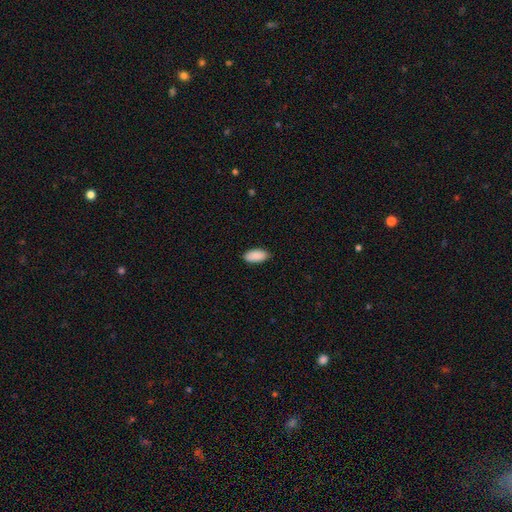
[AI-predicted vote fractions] Smooth or featured: smooth — 90% (star or artifact — 6%)
How rounded: in between — 92% (cigar-shaped — 6%)
Merging: none — 87% (minor disturbance — 10%)